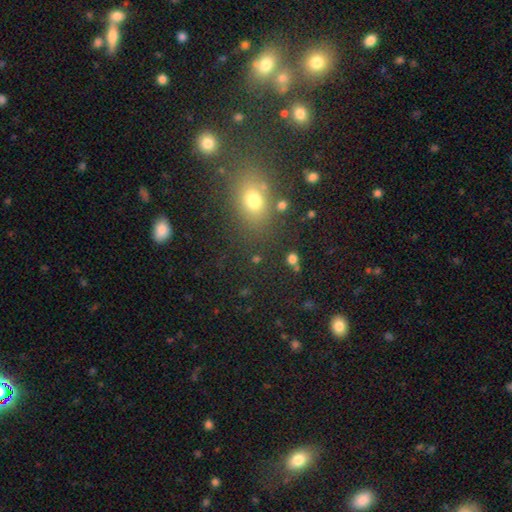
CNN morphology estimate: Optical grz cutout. It shows a smooth galaxy with no disk features (57%) that is in between round and cigar-shaped (59%). Merging: none (79%).